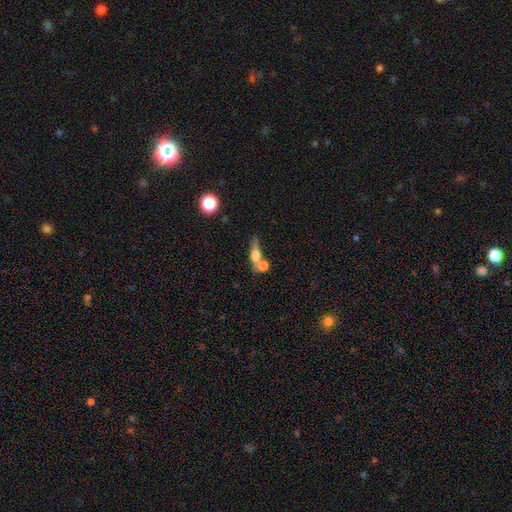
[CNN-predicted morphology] The model was most divided on "how rounded": in between: 45%, cigar-shaped: 37%, round: 17%. Remaining: smooth or featured — smooth (55%); merging — none (44%).